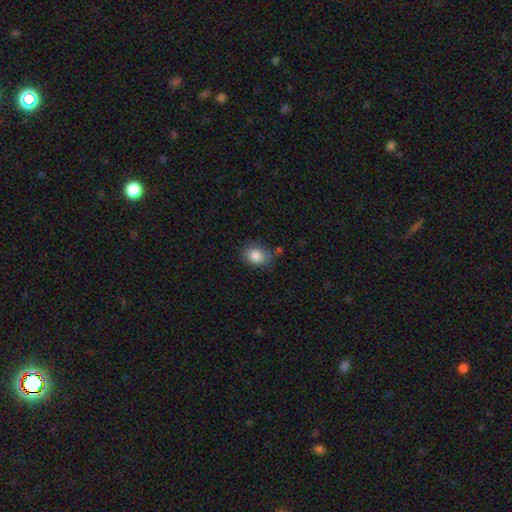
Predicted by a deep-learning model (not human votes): A smooth galaxy with no disk features (84%) that is in between round and cigar-shaped (58%).

Vote fractions:
- Smooth or featured? smooth: 84% / star or artifact: 9% / featured or disk: 7%
- How rounded? in between: 58% / round: 41% / cigar-shaped: 1%
- Merging? none: 71% / minor disturbance: 20% / major disturbance: 5% / merger: 4%